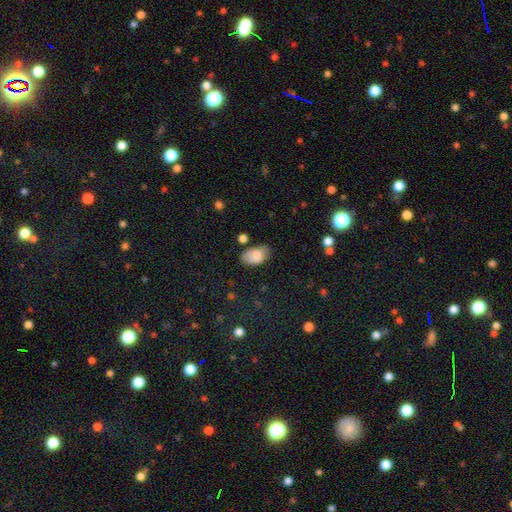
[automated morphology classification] Q: Smooth or featured?
A: smooth (84%); runner-up: star or artifact (8%)
Q: How rounded?
A: in between (91%); runner-up: round (7%)
Q: Merging?
A: none (64%); runner-up: minor disturbance (26%)